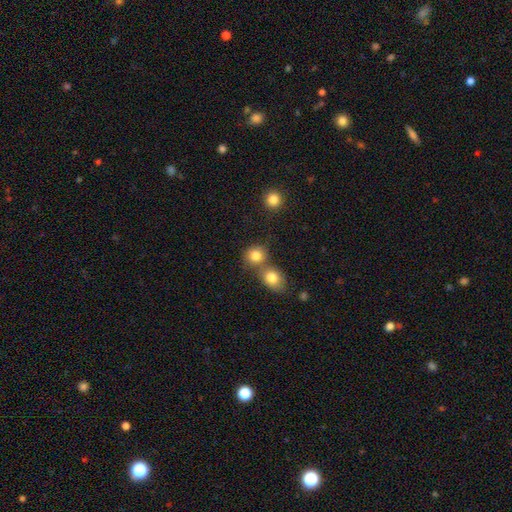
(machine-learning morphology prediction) This is clearly a smooth galaxy (82%). How rounded: clearly round (81%). Merging: possibly none (52%).